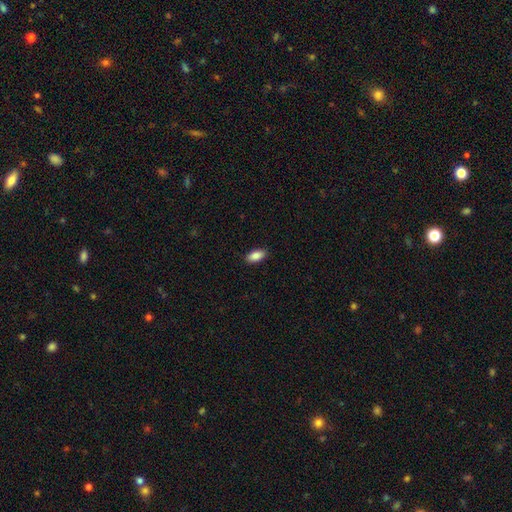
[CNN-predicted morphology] A smooth galaxy with no disk features (87%) that is in between round and cigar-shaped (92%). Merging: none (89%).